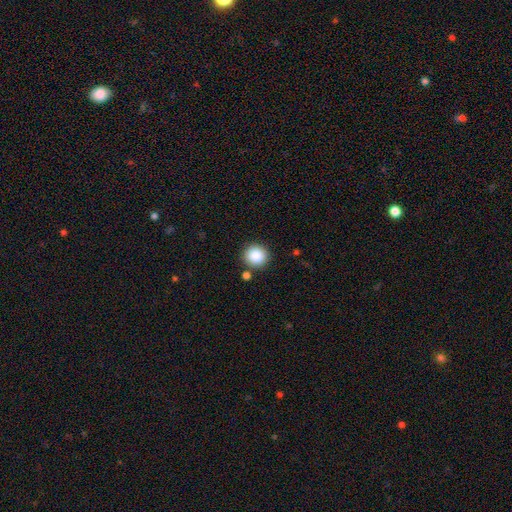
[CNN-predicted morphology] A smooth galaxy with no disk features (87%) that is round (93%).

Vote fractions:
- Smooth or featured? smooth: 87% / star or artifact: 9% / featured or disk: 4%
- How rounded? round: 93% / in between: 6% / cigar-shaped: 1%
- Merging? none: 86% / minor disturbance: 7% / merger: 5% / major disturbance: 2%